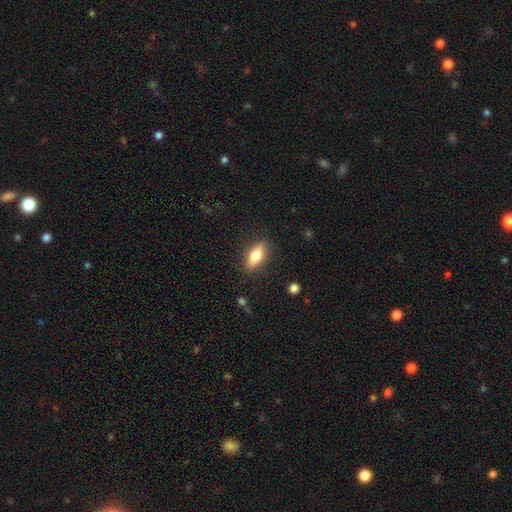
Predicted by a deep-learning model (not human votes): smooth 67%, featured or disk 26%, star or artifact 7%. Down the decision tree: how rounded — in between (68%); merging — none (86%).